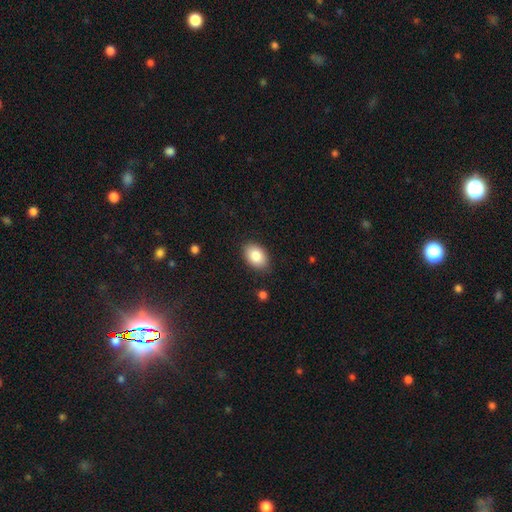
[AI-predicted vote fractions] This is clearly a smooth galaxy (85%). How rounded: clearly in between (87%). Merging: clearly none (86%).